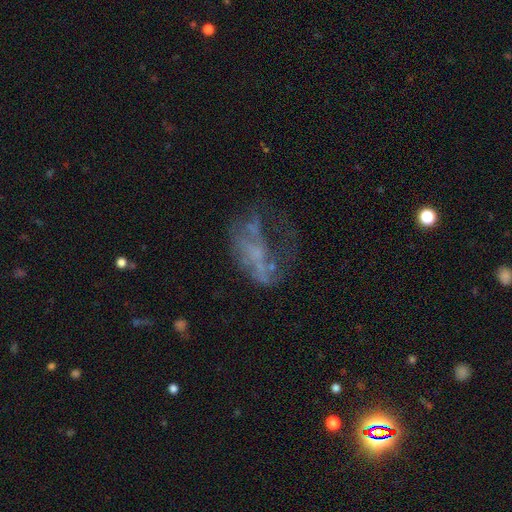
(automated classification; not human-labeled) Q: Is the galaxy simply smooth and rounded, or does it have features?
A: featured or disk — 56%.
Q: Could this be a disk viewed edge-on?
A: no — 96%.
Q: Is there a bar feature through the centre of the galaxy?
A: no — 85%.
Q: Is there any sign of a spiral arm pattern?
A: no — 81%.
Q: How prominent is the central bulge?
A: none — 74%.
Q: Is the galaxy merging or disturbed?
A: major disturbance — 46%.